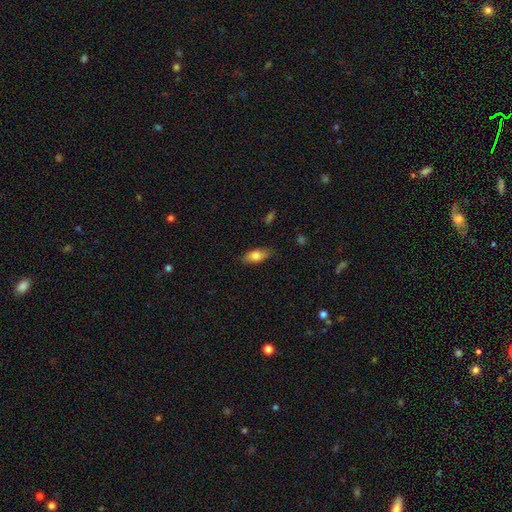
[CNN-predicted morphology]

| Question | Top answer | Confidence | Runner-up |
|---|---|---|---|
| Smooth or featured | smooth | 77% | featured or disk (16%) |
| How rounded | in between | 80% | cigar-shaped (17%) |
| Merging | none | 83% | minor disturbance (13%) |